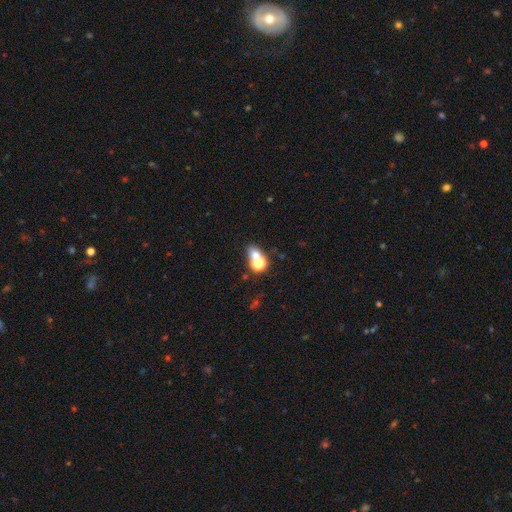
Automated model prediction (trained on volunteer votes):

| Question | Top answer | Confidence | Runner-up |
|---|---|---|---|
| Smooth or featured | smooth | 61% | star or artifact (21%) |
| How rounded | round | 51% | in between (47%) |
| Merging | merger | 47% | none (39%) |